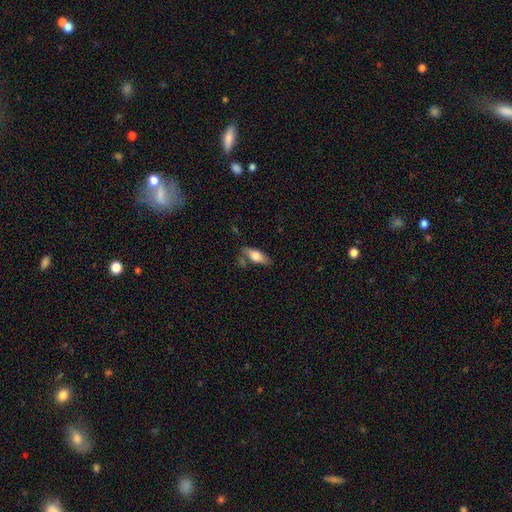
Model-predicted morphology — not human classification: This appears to be a smooth galaxy with no disk features (64%) that is in between round and cigar-shaped (73%). Merging: none (63%).